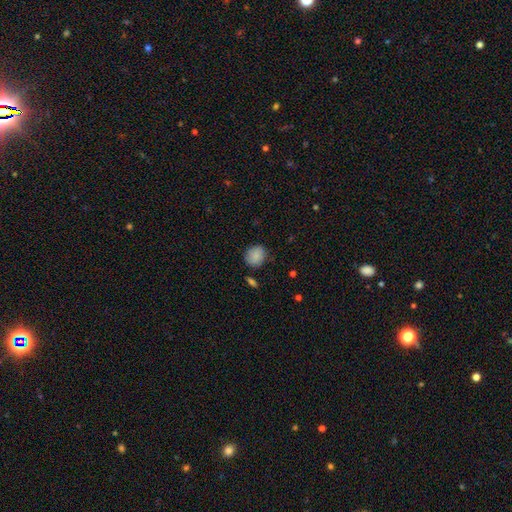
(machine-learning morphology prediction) Smooth or featured: smooth — 86% (star or artifact — 8%)
How rounded: round — 73% (in between — 26%)
Merging: none — 76% (minor disturbance — 18%)